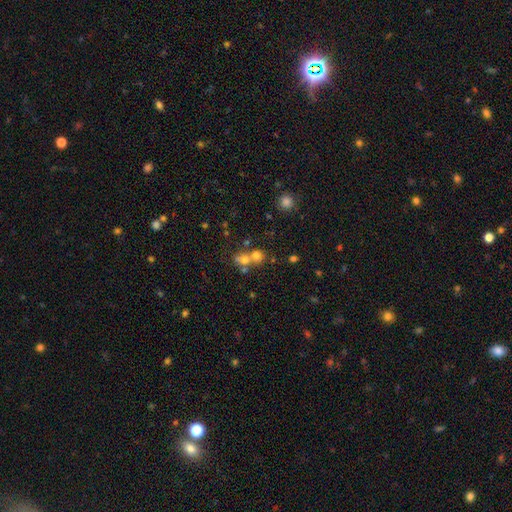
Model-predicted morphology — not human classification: Smooth or featured?
  - smooth: 64% *
  - star or artifact: 20%
  - featured or disk: 16%
How rounded?
  - round: 79% *
  - in between: 20%
  - cigar-shaped: 1%
Merging?
  - merger: 52% *
  - none: 38%
  - minor disturbance: 6%
  - major disturbance: 3%